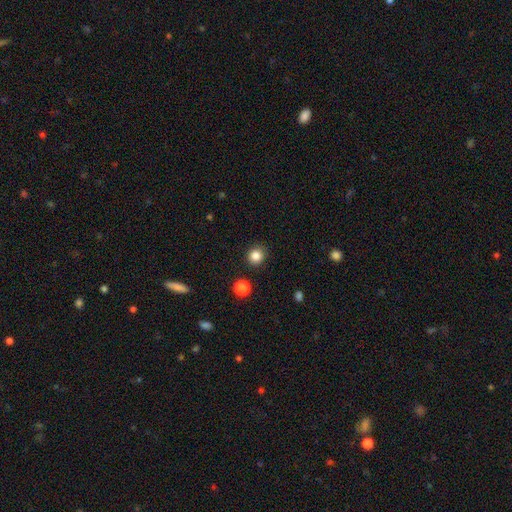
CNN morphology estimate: Smooth or featured?
  - smooth: 84% *
  - star or artifact: 12%
  - featured or disk: 4%
How rounded?
  - round: 89% *
  - in between: 10%
  - cigar-shaped: 1%
Merging?
  - none: 90% *
  - minor disturbance: 7%
  - major disturbance: 2%
  - merger: 2%